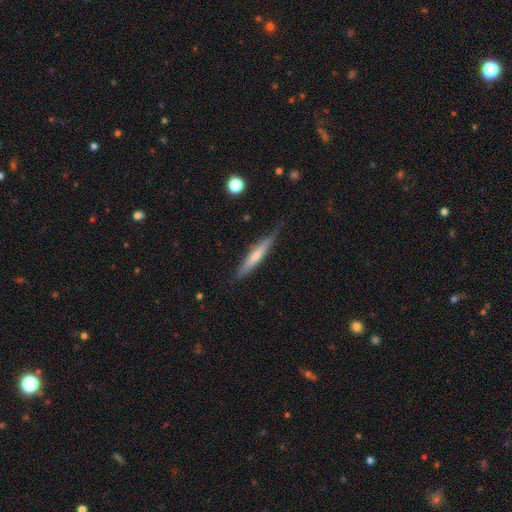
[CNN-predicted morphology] This is possibly a smooth galaxy (52%). How rounded: clearly cigar-shaped (92%). Merging: likely none (70%).